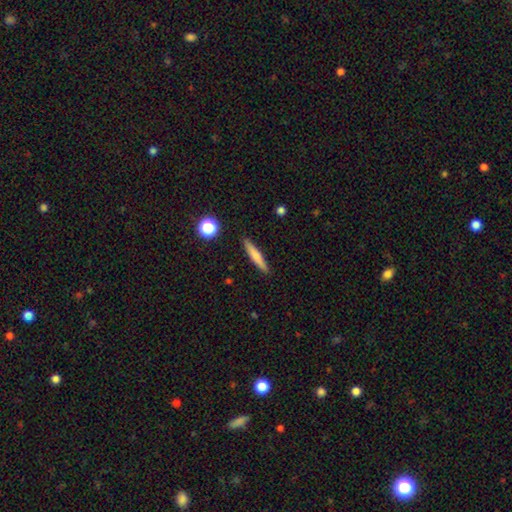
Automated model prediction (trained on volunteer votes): Overall: smooth (66%; featured or disk 27%). How rounded: cigar-shaped (92%). Merging: none (90%).